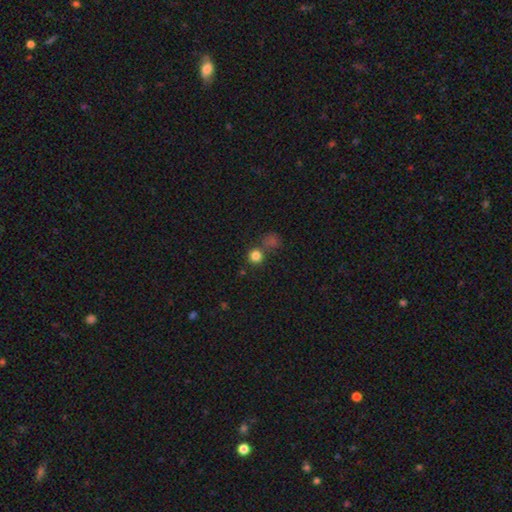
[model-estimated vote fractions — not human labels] A smooth galaxy with no disk features (80%) that is round (93%).

Vote fractions:
- Smooth or featured? smooth: 80% / star or artifact: 15% / featured or disk: 5%
- How rounded? round: 93% / in between: 6% / cigar-shaped: 1%
- Merging? none: 71% / merger: 18% / minor disturbance: 8% / major disturbance: 4%